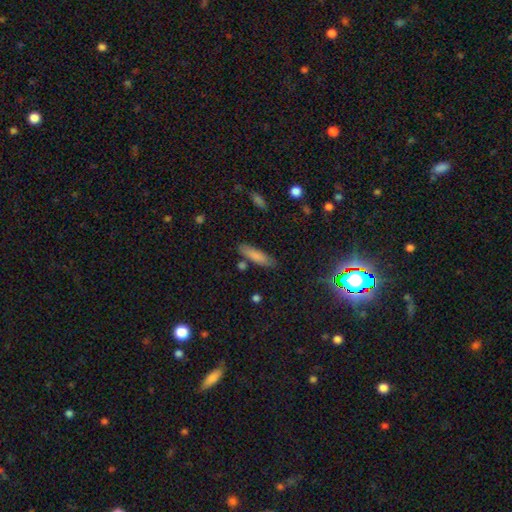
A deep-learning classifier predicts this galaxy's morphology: Smooth or featured? Predicted: smooth (p=0.81). How rounded? Predicted: cigar-shaped (p=0.63). Merging? Predicted: none (p=0.79).